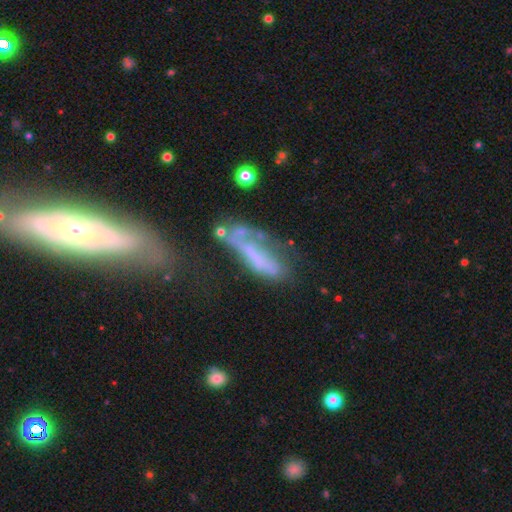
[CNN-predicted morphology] smooth_or_featured: featured or disk (p=0.48) [alt: smooth p=0.40]
merging: major disturbance (p=0.33) [alt: none p=0.27]